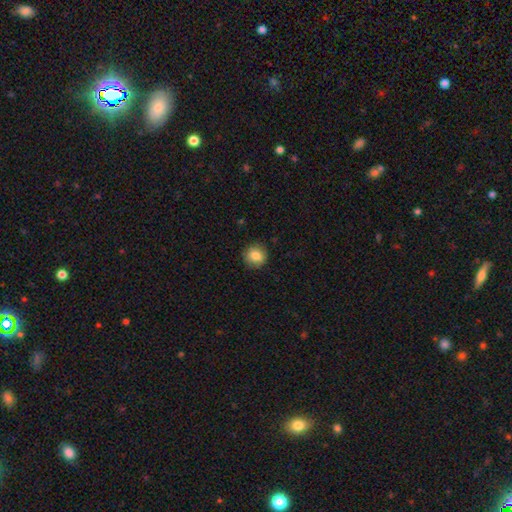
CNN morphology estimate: This appears to be a smooth galaxy with no disk features (84%) that is round (89%). Merging: none (89%).